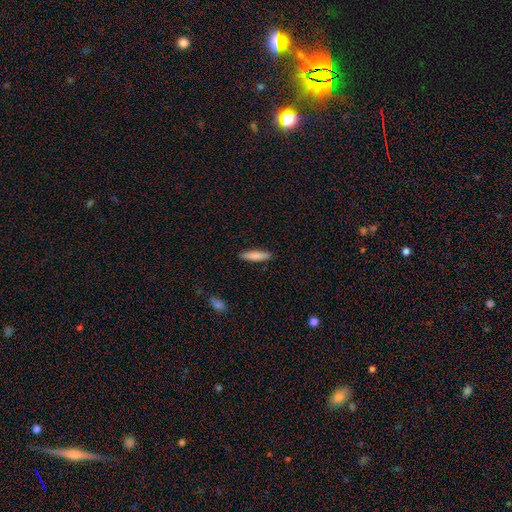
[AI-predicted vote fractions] smooth-or-featured: smooth: 83% | featured or disk: 11% | star or artifact: 6%
  how-rounded: cigar-shaped: 82% | in between: 17% | round: 1%
  merging: none: 90% | minor disturbance: 7% | major disturbance: 2% | merger: 1%